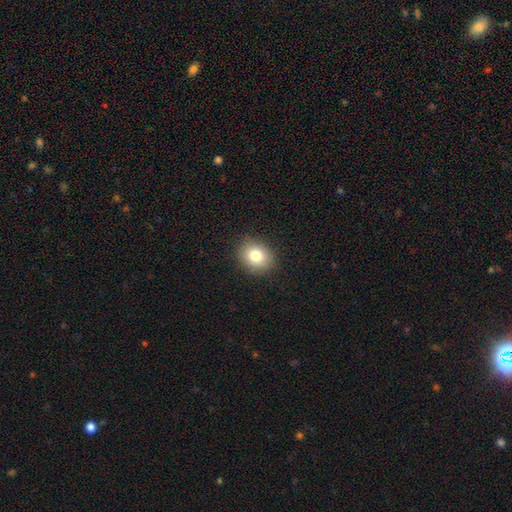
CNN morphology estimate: Smooth or featured? smooth (80%)
How rounded? round (60%)
Merging? none (88%)